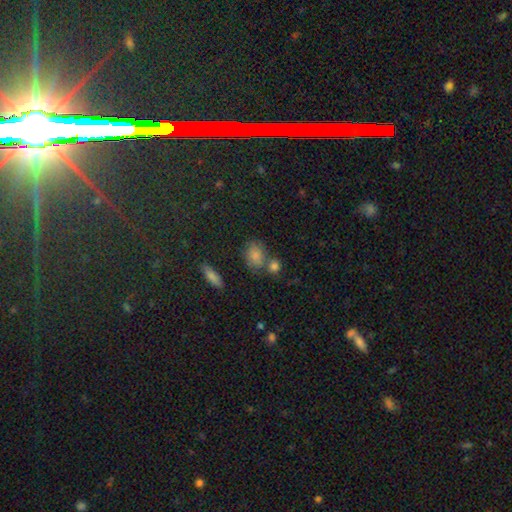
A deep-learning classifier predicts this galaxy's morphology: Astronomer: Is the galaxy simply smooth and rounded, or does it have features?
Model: smooth — 80%.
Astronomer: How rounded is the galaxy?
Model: in between — 65%.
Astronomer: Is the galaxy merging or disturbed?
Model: none — 56%.